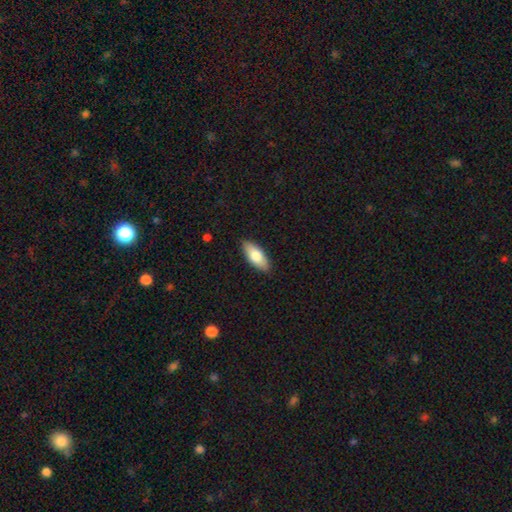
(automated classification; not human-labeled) smooth-or-featured: smooth: 75% | featured or disk: 19% | star or artifact: 6%
  how-rounded: in between: 81% | cigar-shaped: 16% | round: 2%
  merging: none: 88% | minor disturbance: 9% | major disturbance: 2% | merger: 1%